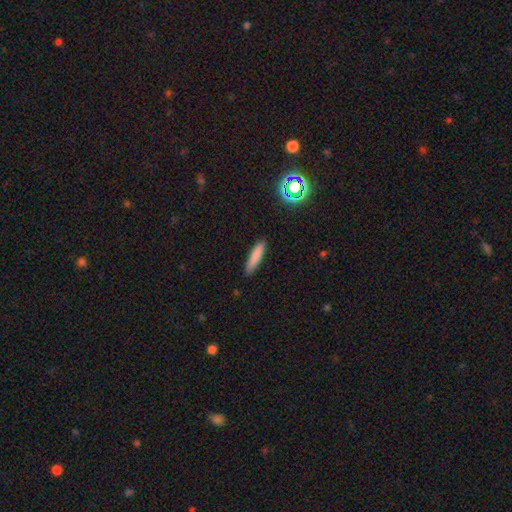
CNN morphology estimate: This is clearly a smooth galaxy (83%). How rounded: clearly cigar-shaped (85%). Merging: clearly none (89%).